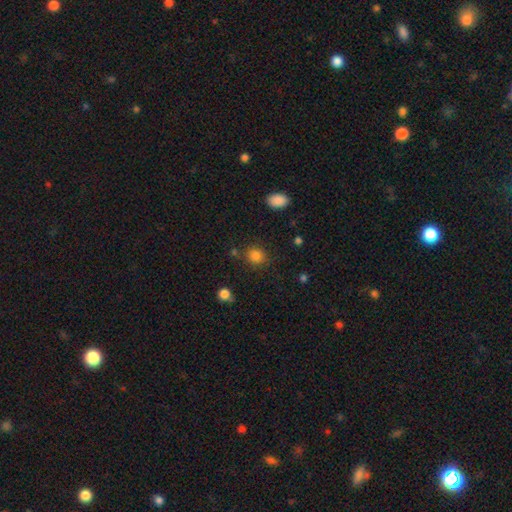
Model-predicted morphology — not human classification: Smooth or featured? Predicted: smooth (p=0.84). How rounded? Predicted: round (p=0.79). Merging? Predicted: none (p=0.82).